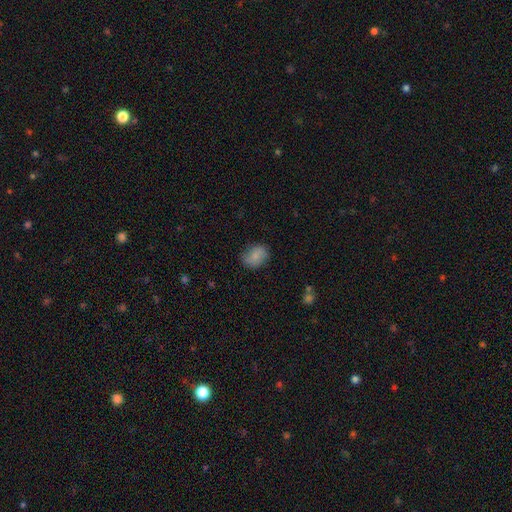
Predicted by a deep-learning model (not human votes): This appears to be a smooth galaxy with no disk features (79%) that is in between round and cigar-shaped (64%). Merging: none (73%).